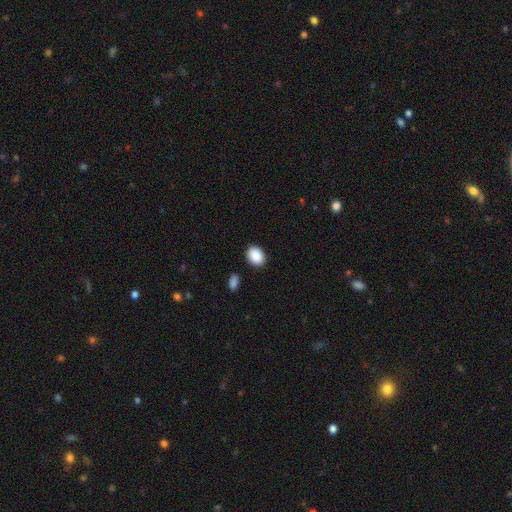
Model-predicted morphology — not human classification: A smooth galaxy with no disk features (90%) that is in between round and cigar-shaped (67%). Merging: none (87%).